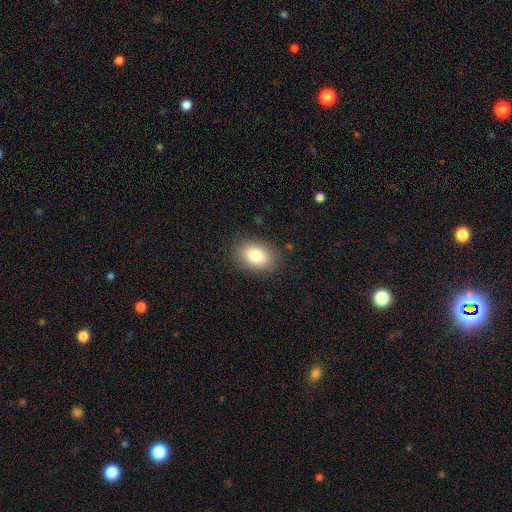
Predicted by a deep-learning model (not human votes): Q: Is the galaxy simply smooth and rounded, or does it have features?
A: smooth — 82%.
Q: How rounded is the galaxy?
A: in between — 83%.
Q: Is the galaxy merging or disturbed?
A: none — 86%.